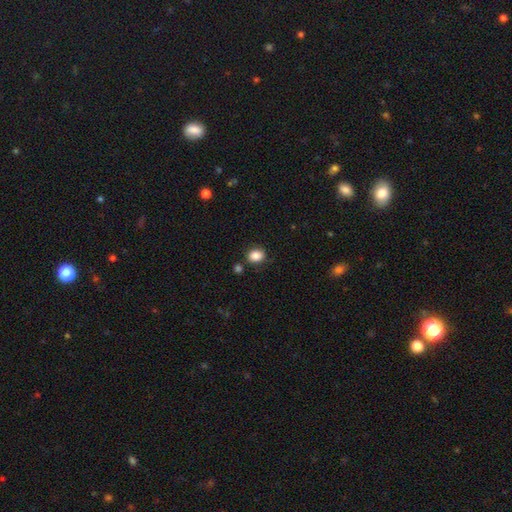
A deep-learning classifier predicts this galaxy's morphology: Smooth or featured: smooth — 86% (star or artifact — 9%)
How rounded: in between — 50% (round — 49%)
Merging: none — 79% (minor disturbance — 13%)